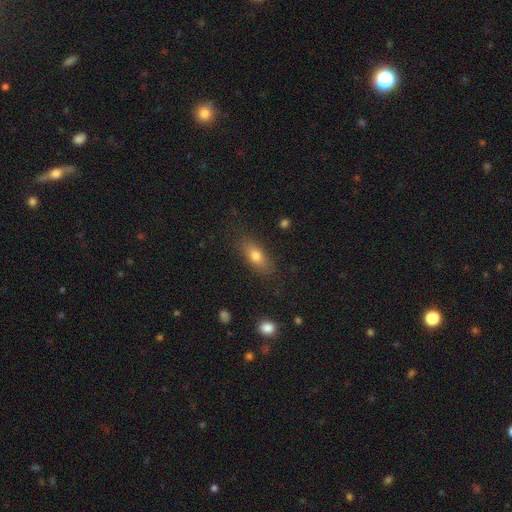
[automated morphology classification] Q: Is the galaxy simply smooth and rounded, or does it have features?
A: smooth — 74%.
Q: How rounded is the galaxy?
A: in between — 71%.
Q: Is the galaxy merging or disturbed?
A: none — 82%.